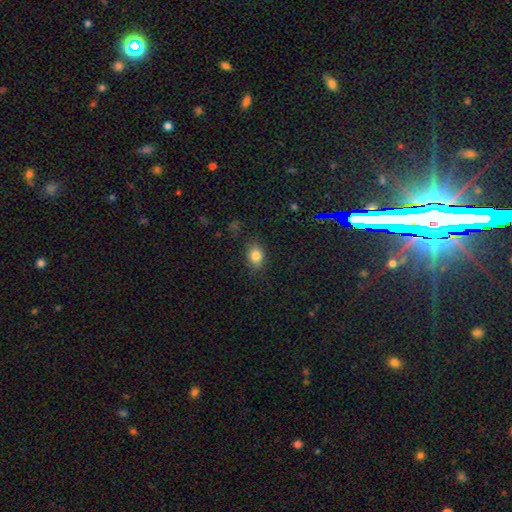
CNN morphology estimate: type=smooth (83%); roundness=in between (66%); merging=none (83%).